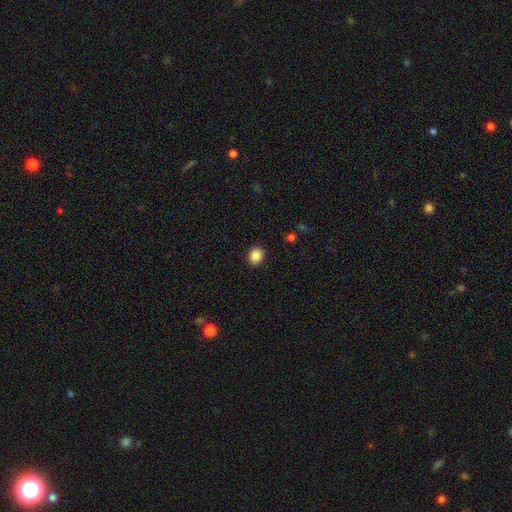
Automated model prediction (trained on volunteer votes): Smooth or featured: smooth — 86% (star or artifact — 9%)
How rounded: round — 60% (in between — 39%)
Merging: none — 90% (minor disturbance — 7%)